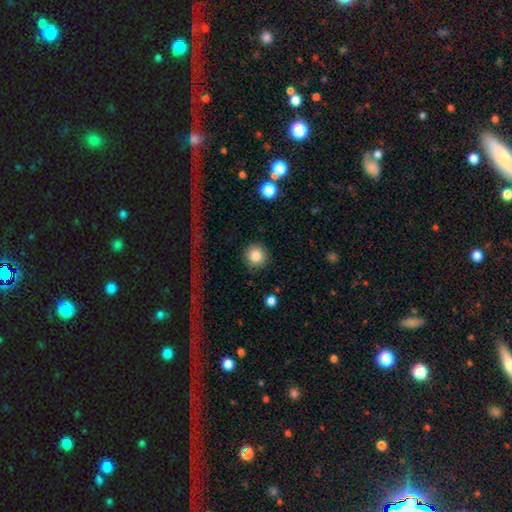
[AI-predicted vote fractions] smooth 84%, star or artifact 10%, featured or disk 6%. Down the decision tree: how rounded — round (93%); merging — none (89%).